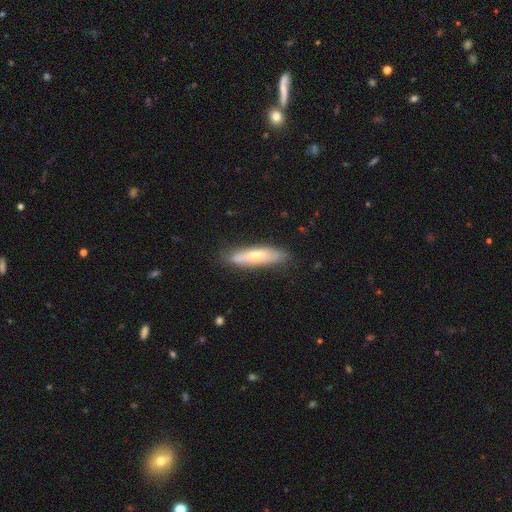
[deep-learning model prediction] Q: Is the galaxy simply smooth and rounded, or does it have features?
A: smooth — 60%.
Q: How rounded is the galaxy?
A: cigar-shaped — 74%.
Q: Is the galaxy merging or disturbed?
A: none — 76%.